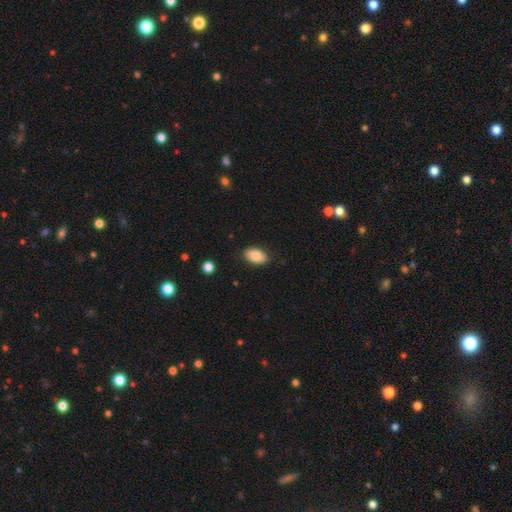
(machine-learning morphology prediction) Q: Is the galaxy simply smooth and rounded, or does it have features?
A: smooth — 84%.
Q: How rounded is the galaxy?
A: in between — 92%.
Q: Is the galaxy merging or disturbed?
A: none — 85%.